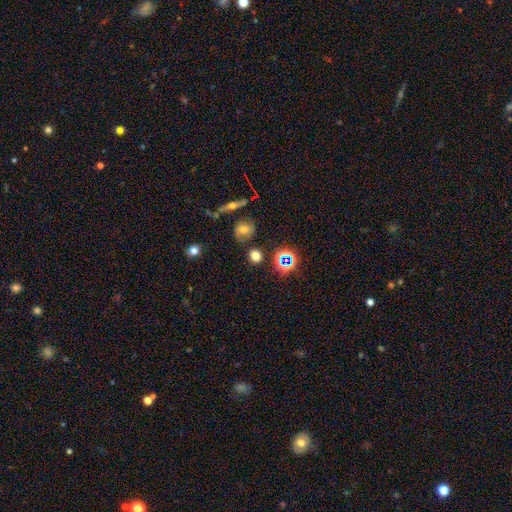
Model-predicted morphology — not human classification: smooth-or-featured: smooth: 65% | star or artifact: 25% | featured or disk: 10%
  how-rounded: round: 75% | in between: 24% | cigar-shaped: 2%
  merging: none: 77% | minor disturbance: 11% | merger: 7% | major disturbance: 4%